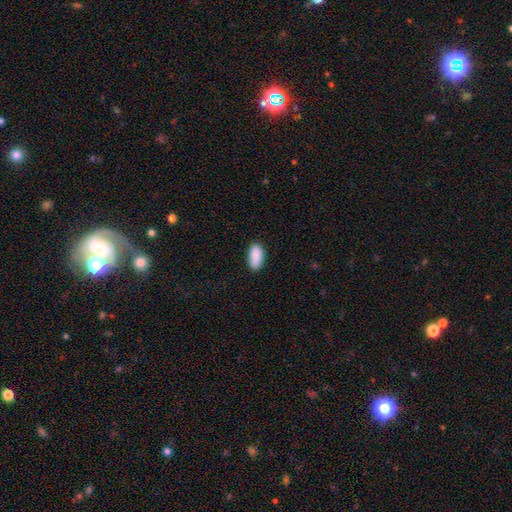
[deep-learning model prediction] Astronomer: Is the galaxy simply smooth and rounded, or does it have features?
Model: smooth — 90%.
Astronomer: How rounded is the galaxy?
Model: in between — 92%.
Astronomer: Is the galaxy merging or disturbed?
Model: none — 87%.